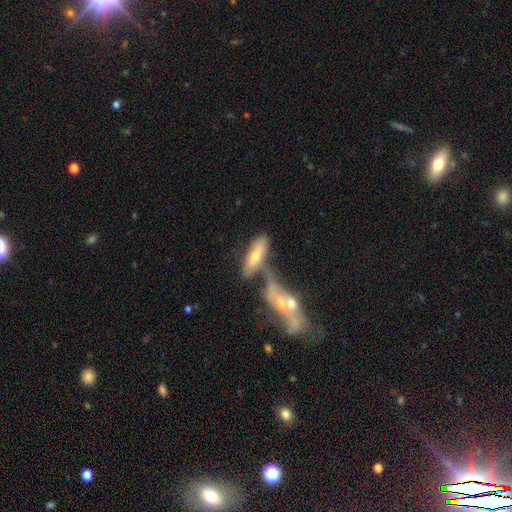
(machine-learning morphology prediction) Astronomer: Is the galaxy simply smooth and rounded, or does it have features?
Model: smooth — 53% (runner-up: featured or disk, 39%).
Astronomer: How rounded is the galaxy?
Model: in between — 61%.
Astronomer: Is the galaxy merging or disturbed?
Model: merger — 53%.